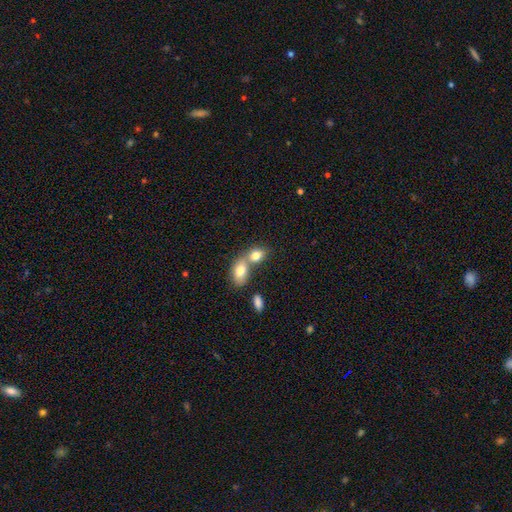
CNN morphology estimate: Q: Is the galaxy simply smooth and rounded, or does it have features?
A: smooth — 80%.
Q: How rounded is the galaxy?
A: in between — 75%.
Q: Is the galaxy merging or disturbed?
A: merger — 62%.